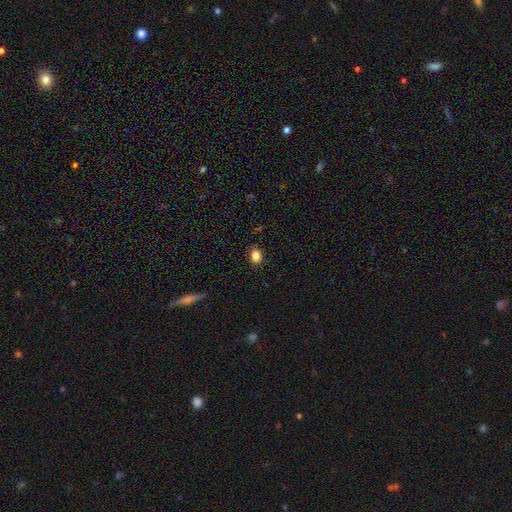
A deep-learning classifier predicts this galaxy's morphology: Smooth or featured?
  - smooth: 85% *
  - star or artifact: 10%
  - featured or disk: 4%
How rounded?
  - in between: 58% *
  - round: 41%
  - cigar-shaped: 1%
Merging?
  - none: 88% *
  - minor disturbance: 8%
  - major disturbance: 2%
  - merger: 1%